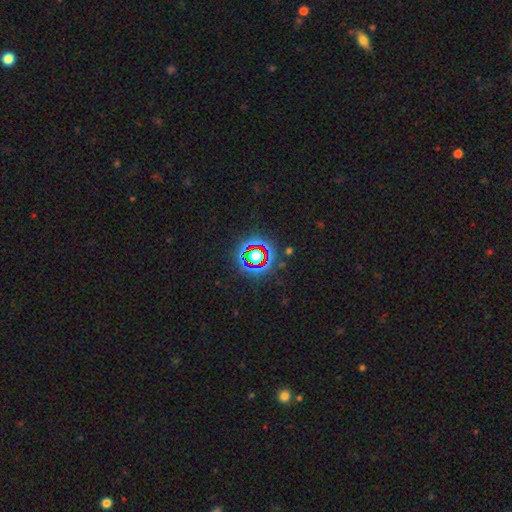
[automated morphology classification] Smooth or featured?
  - star or artifact: 71% *
  - smooth: 18%
  - featured or disk: 11%